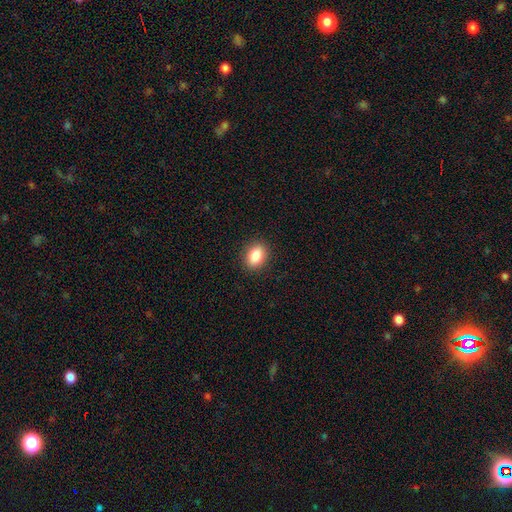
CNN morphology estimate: Smooth or featured? smooth (86%)
How rounded? in between (72%)
Merging? none (89%)